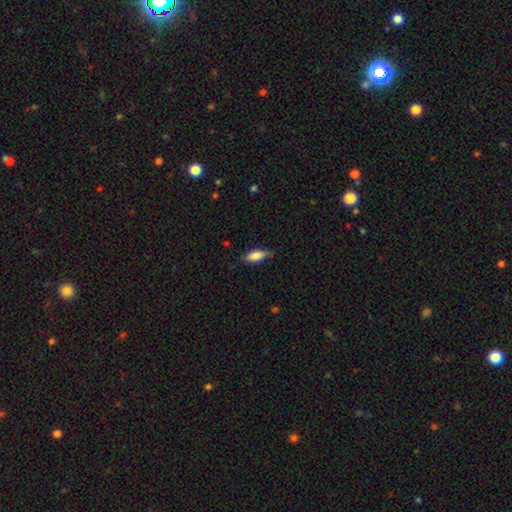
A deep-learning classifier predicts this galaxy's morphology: Smooth or featured: smooth — 78% (featured or disk — 16%)
How rounded: in between — 72% (cigar-shaped — 26%)
Merging: none — 67% (minor disturbance — 27%)